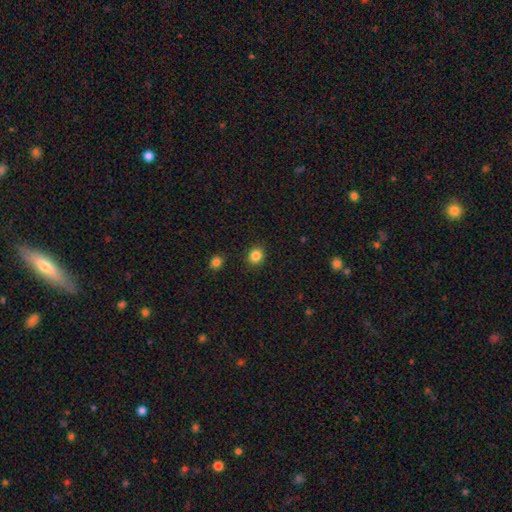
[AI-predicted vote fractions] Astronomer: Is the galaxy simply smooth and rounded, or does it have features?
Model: smooth — 85%.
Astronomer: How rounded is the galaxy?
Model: round — 80%.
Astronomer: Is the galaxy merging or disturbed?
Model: none — 89%.